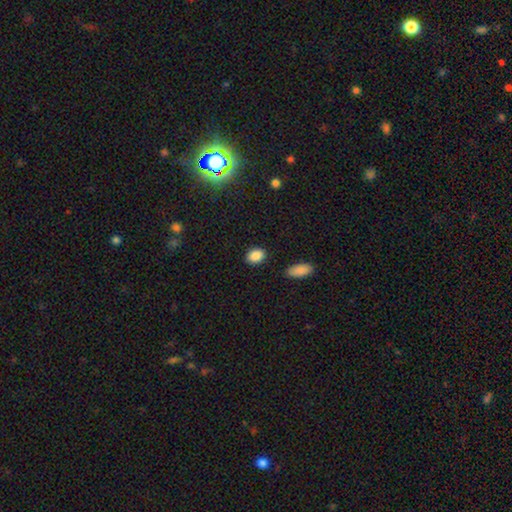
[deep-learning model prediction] A smooth galaxy with no disk features (87%) that is in between round and cigar-shaped (72%). Merging: none (87%).